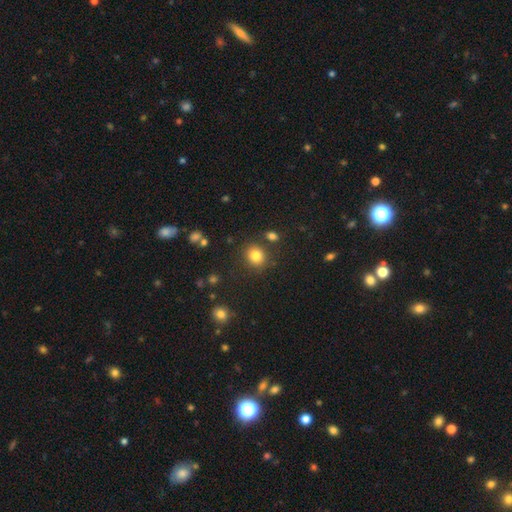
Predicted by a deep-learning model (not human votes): Smooth or featured?
  - smooth: 82% *
  - star or artifact: 12%
  - featured or disk: 6%
How rounded?
  - round: 79% *
  - in between: 20%
  - cigar-shaped: 1%
Merging?
  - none: 83% *
  - minor disturbance: 8%
  - merger: 5%
  - major disturbance: 3%